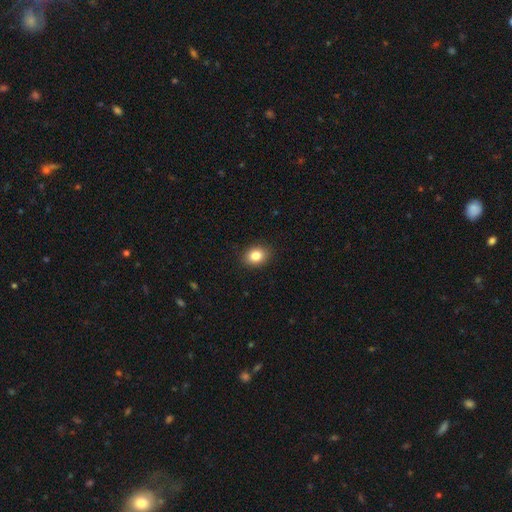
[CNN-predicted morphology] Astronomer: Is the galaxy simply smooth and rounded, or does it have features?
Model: smooth — 84%.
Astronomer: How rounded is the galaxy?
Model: in between — 57% (runner-up: round, 42%).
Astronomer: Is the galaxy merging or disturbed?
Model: none — 90%.